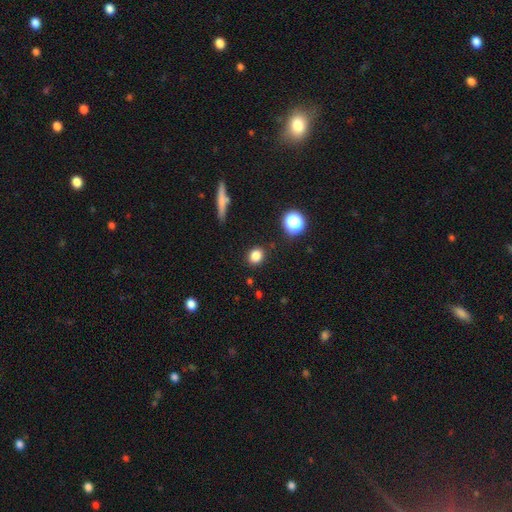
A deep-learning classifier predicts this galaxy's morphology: The model was most divided on "how rounded": round: 67%, in between: 31%, cigar-shaped: 2%. More confident: merging — none (88%); smooth or featured — smooth (83%).